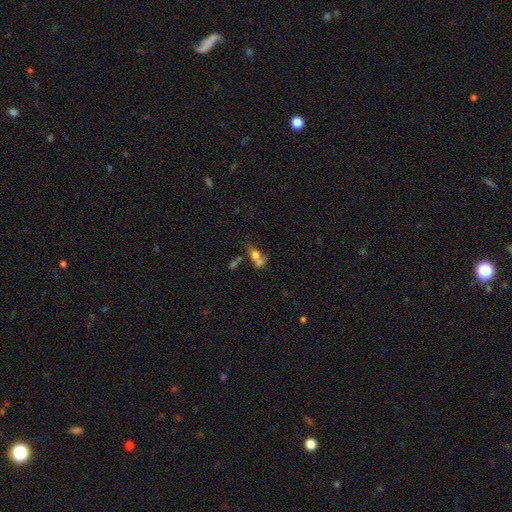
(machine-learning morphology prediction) Smooth or featured: smooth — 65% (featured or disk — 23%)
How rounded: in between — 67% (round — 26%)
Merging: merger — 58% (none — 22%)